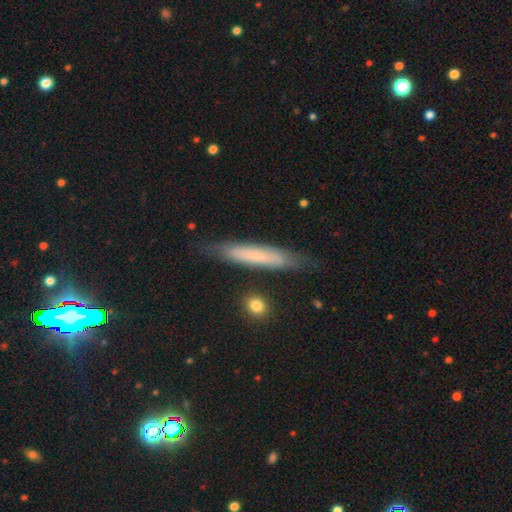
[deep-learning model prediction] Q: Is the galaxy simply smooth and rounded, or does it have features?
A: smooth — 57%.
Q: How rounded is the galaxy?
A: cigar-shaped — 92%.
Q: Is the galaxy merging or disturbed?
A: none — 81%.